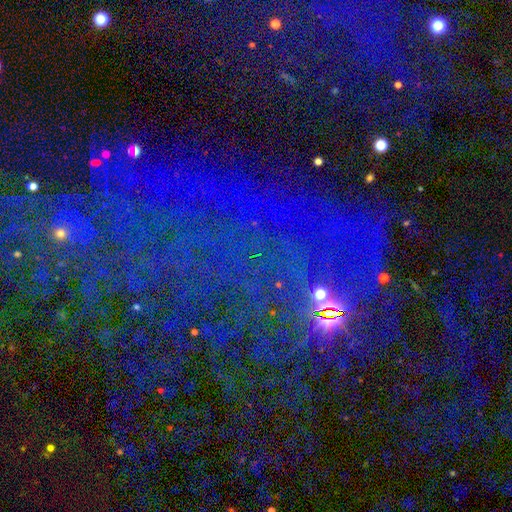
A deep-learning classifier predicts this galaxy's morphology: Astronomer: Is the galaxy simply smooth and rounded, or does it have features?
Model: star or artifact — 77%.